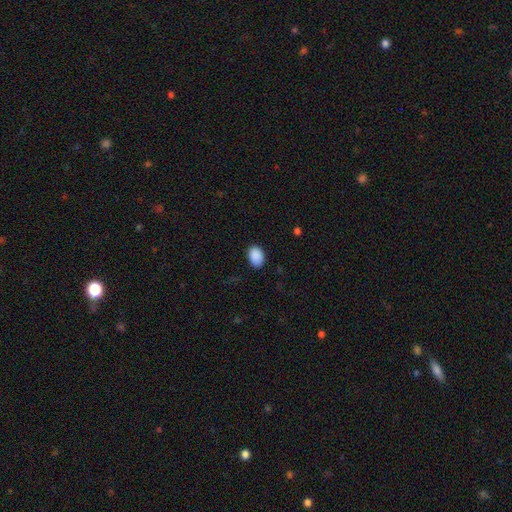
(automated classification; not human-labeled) A smooth galaxy with no disk features (90%) that is in between round and cigar-shaped (81%). Merging: none (86%).